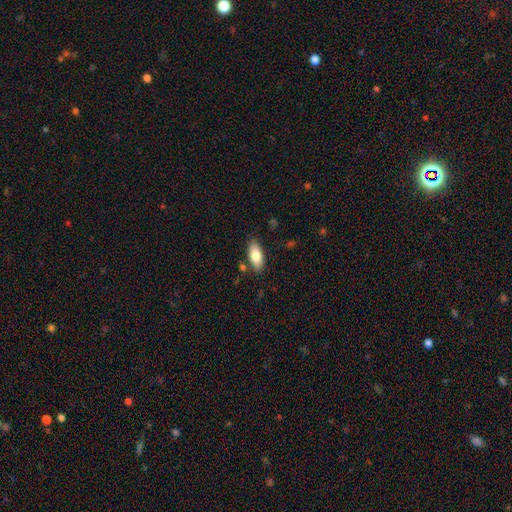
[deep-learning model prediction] smooth-or-featured: smooth: 79% | featured or disk: 15% | star or artifact: 6%
  how-rounded: in between: 83% | cigar-shaped: 14% | round: 2%
  merging: none: 82% | minor disturbance: 12% | merger: 3% | major disturbance: 2%